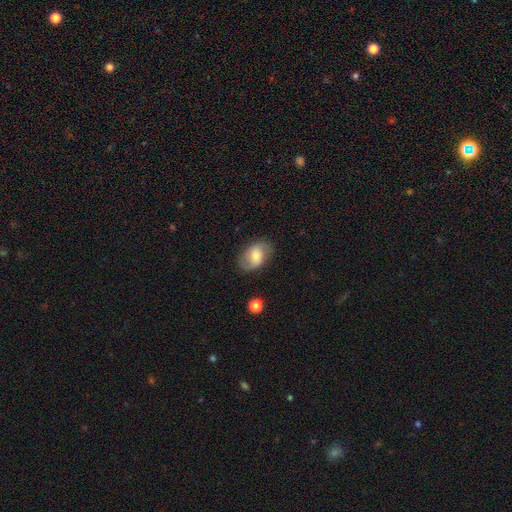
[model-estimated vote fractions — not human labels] smooth_or_featured: smooth (p=0.48) [alt: featured or disk p=0.44]
merging: none (p=0.74) [alt: minor disturbance p=0.18]